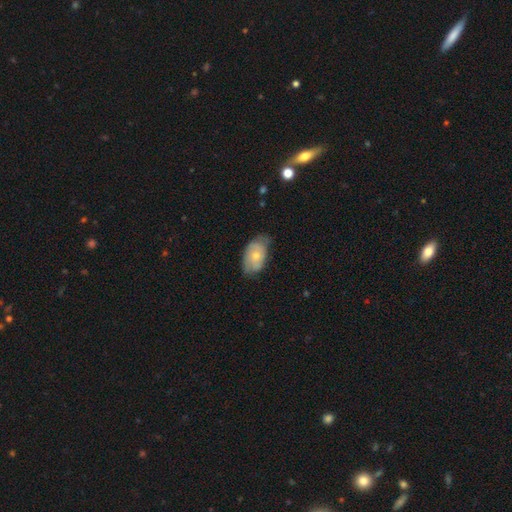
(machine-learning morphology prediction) type=smooth (58%); roundness=in between (90%); merging=none (54%).